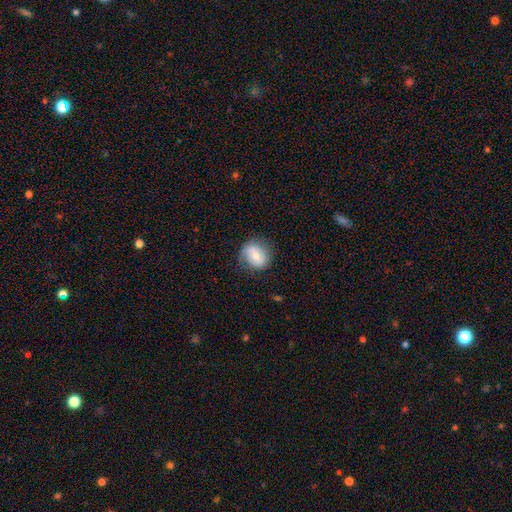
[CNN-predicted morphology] The model was most divided on "how rounded": round: 65%, in between: 34%, cigar-shaped: 1%. More confident: merging — none (75%); smooth or featured — smooth (66%).